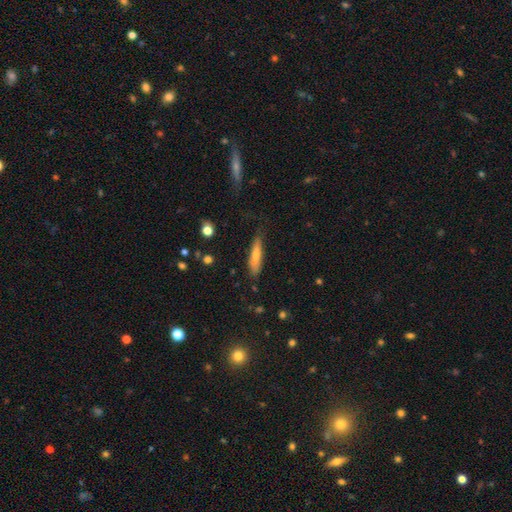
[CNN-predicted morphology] Smooth or featured: smooth — 70% (featured or disk — 24%)
How rounded: cigar-shaped — 82% (in between — 17%)
Merging: none — 74% (minor disturbance — 20%)